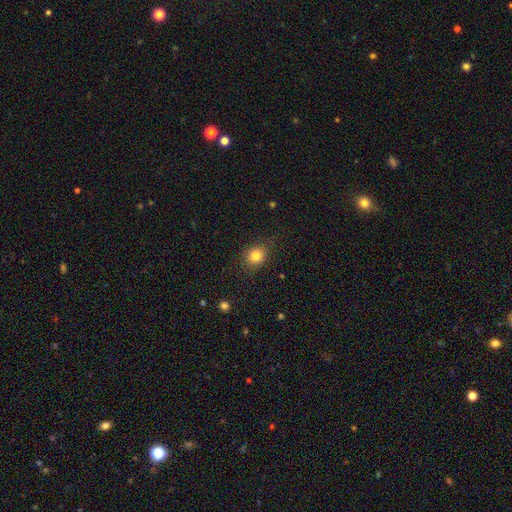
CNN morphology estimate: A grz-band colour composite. It shows a smooth galaxy with no disk features (82%) that is round (69%). Merging: none (80%).